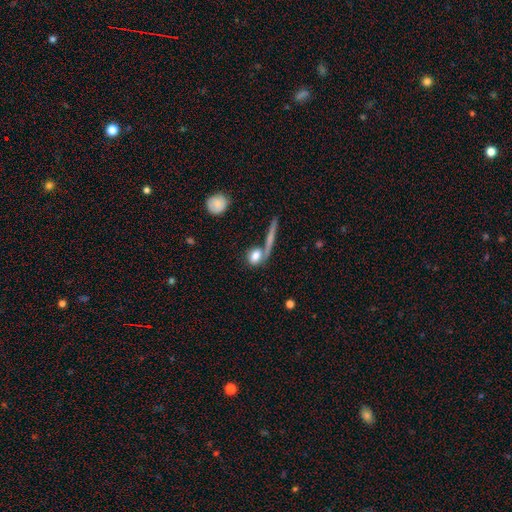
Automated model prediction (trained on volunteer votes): Morphology: type=smooth (75%); roundness=round (52%); merging=none (52%).